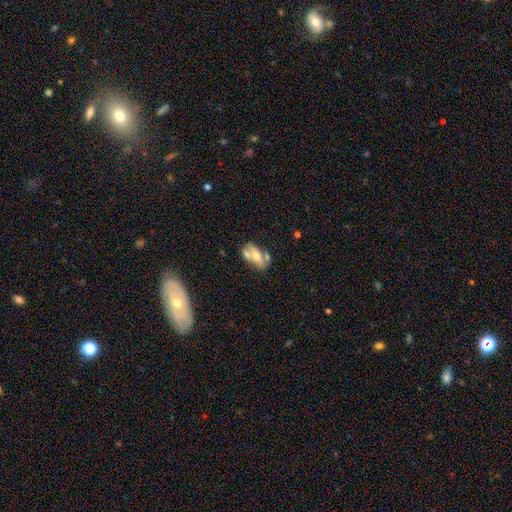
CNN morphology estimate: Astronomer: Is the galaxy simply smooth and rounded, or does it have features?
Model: featured or disk — 47% (runner-up: smooth, 45%).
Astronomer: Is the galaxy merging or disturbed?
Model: none — 41% (runner-up: merger, 33%).